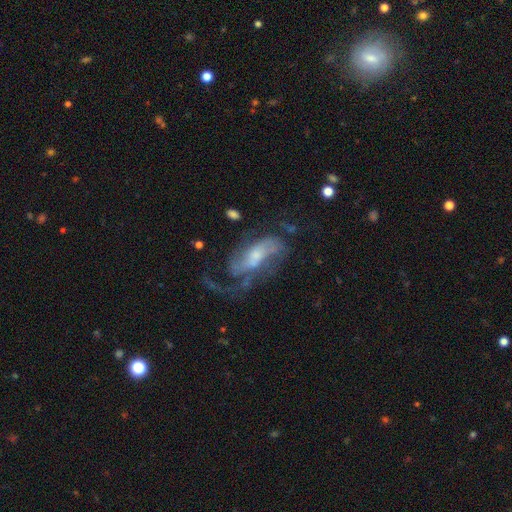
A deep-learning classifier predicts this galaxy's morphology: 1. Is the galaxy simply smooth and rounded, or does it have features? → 80% featured or disk, 13% smooth, 7% star or artifact.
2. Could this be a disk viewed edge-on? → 93% no, 7% yes.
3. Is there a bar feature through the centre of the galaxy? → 45% no, 38% weak, 17% strong.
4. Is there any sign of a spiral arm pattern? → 90% yes, 10% no.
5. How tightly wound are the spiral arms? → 42% medium, 38% loose, 20% tight.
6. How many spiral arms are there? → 44% 2, 20% 1, 18% can't tell, 11% 3, 4% 4, 3% more than 4.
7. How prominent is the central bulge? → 46% small, 38% moderate, 8% none, 7% large, 2% dominant.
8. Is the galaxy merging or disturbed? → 43% none, 36% major disturbance, 17% minor disturbance, 4% merger.